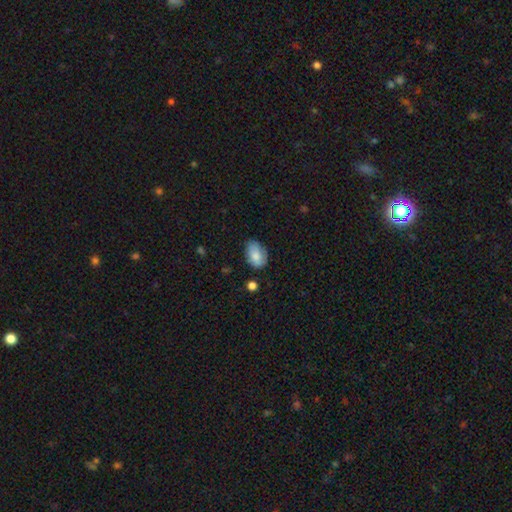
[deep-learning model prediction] Smooth or featured? Predicted: smooth (p=0.80). How rounded? Predicted: in between (p=0.87). Merging? Predicted: none (p=0.63).